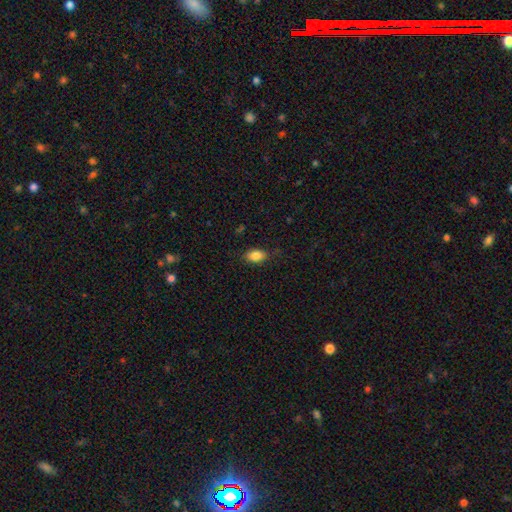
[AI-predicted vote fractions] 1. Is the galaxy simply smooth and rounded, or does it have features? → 86% smooth, 8% star or artifact, 6% featured or disk.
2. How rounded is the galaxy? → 87% in between, 11% round, 3% cigar-shaped.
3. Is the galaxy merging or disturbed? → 80% none, 15% minor disturbance, 4% major disturbance, 1% merger.